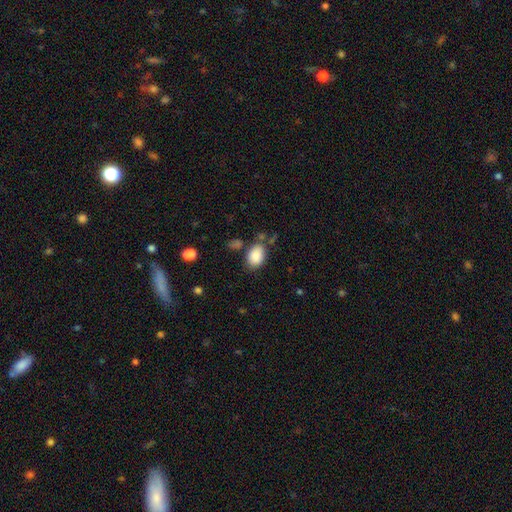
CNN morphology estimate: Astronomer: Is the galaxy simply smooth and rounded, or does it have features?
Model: smooth — 87%.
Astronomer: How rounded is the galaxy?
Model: in between — 83%.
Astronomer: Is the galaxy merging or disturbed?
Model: none — 68%.